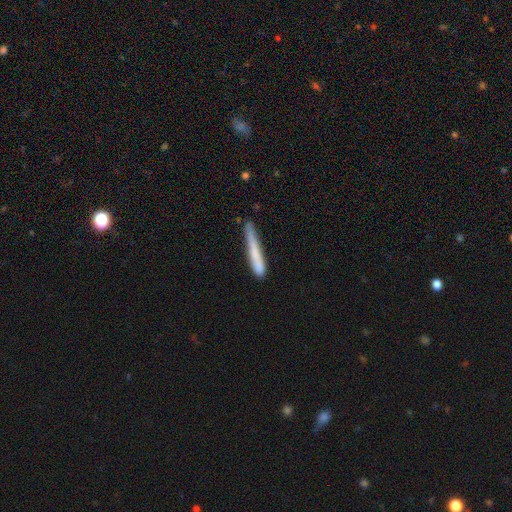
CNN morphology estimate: Smooth or featured? smooth (70%)
How rounded? cigar-shaped (96%)
Merging? none (67%)